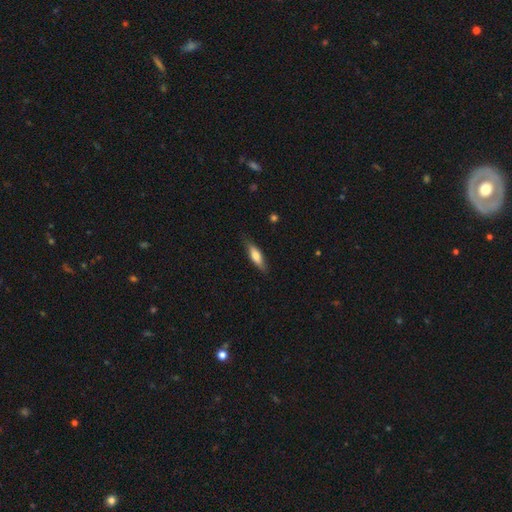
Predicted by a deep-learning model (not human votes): smooth-or-featured: smooth: 68% | featured or disk: 26% | star or artifact: 6%
  how-rounded: cigar-shaped: 57% | in between: 41% | round: 2%
  merging: none: 80% | minor disturbance: 16% | major disturbance: 3% | merger: 1%